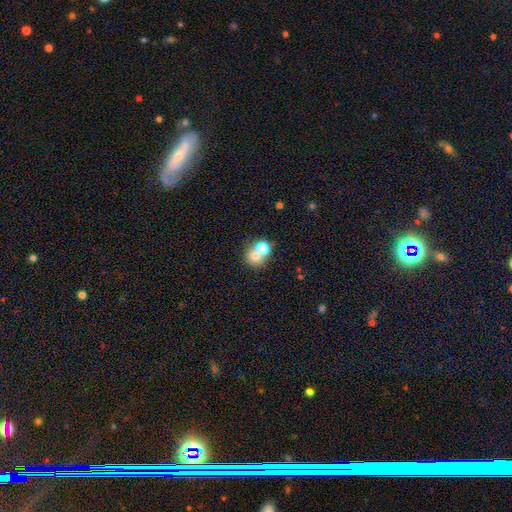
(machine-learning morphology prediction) smooth-or-featured: smooth: 69% | featured or disk: 19% | star or artifact: 12%
  how-rounded: round: 79% | in between: 20% | cigar-shaped: 1%
  merging: merger: 59% | none: 33% | minor disturbance: 5% | major disturbance: 3%